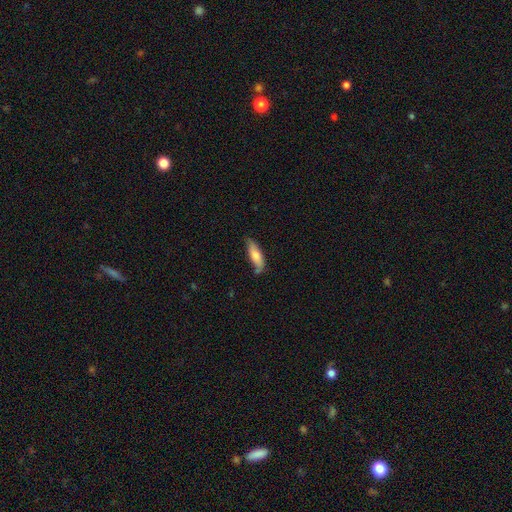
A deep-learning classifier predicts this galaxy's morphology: type=smooth (75%); roundness=in between (54%); merging=none (62%).